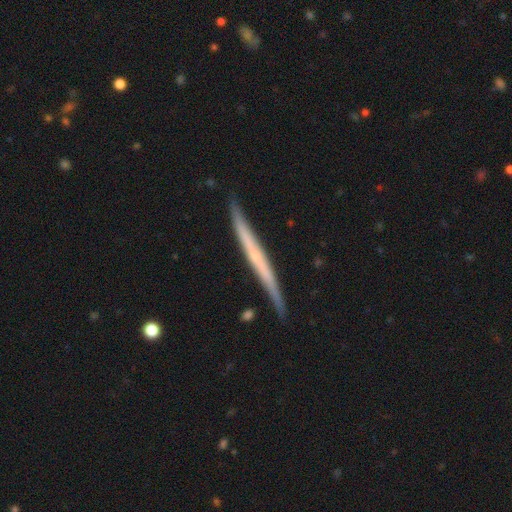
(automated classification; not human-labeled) A featured or disk galaxy (64%) viewed edge-on (96%) with no central bulge (76%). Merging: none (85%).